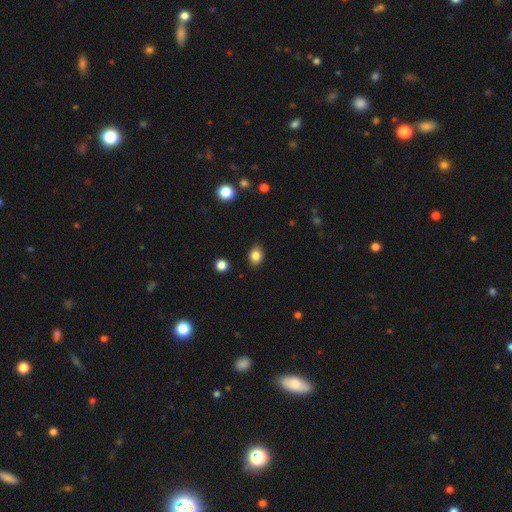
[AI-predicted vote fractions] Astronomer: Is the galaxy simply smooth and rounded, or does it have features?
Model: smooth — 84%.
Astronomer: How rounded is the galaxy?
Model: in between — 54% (runner-up: round, 45%).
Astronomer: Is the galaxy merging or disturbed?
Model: none — 84%.